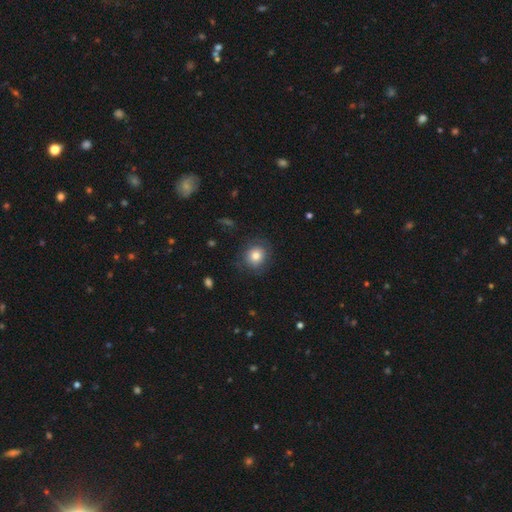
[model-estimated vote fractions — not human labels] Smooth or featured?
  - smooth: 77% *
  - featured or disk: 13%
  - star or artifact: 10%
How rounded?
  - round: 84% *
  - in between: 15%
  - cigar-shaped: 1%
Merging?
  - none: 79% *
  - minor disturbance: 14%
  - major disturbance: 6%
  - merger: 1%